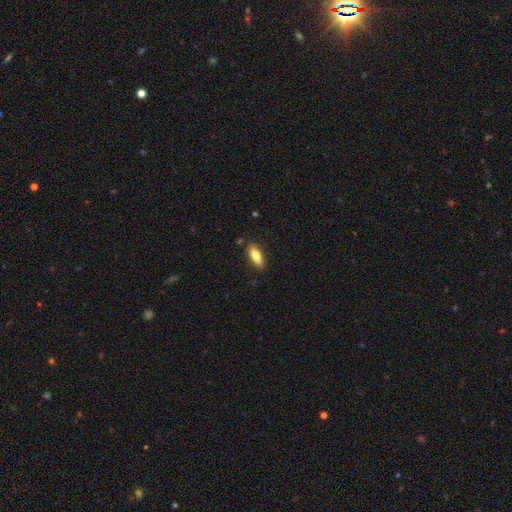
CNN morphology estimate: smooth_or_featured: smooth (p=0.74) [alt: featured or disk p=0.20]
how_rounded: in between (p=0.71) [alt: cigar-shaped p=0.27]
merging: none (p=0.87) [alt: minor disturbance p=0.09]